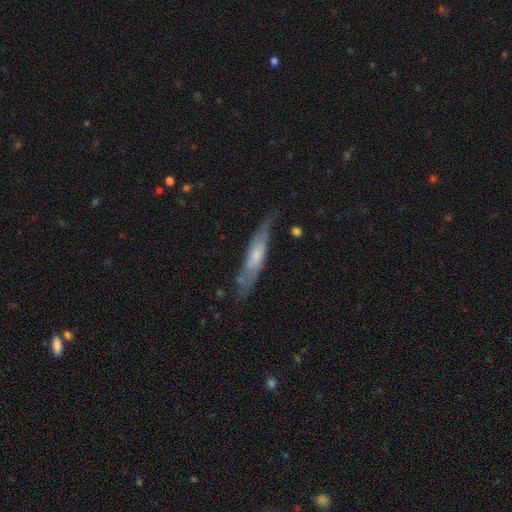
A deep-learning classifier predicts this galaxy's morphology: Q: Smooth or featured?
A: featured or disk (56%); runner-up: smooth (38%)
Q: Edge-on disk?
A: yes (52%); runner-up: no (48%)
Q: Merging?
A: none (62%); runner-up: minor disturbance (25%)